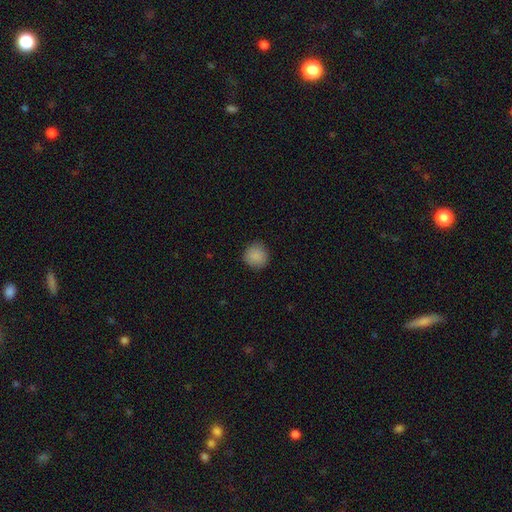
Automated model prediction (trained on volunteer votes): A smooth galaxy with no disk features (88%) that is round (91%). Merging: none (89%).